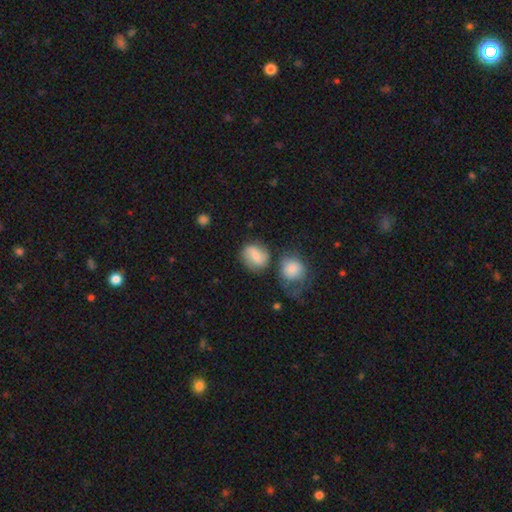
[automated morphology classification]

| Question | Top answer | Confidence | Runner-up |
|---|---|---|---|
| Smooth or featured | smooth | 58% | featured or disk (33%) |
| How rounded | round | 69% | in between (30%) |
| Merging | none | 62% | minor disturbance (17%) |